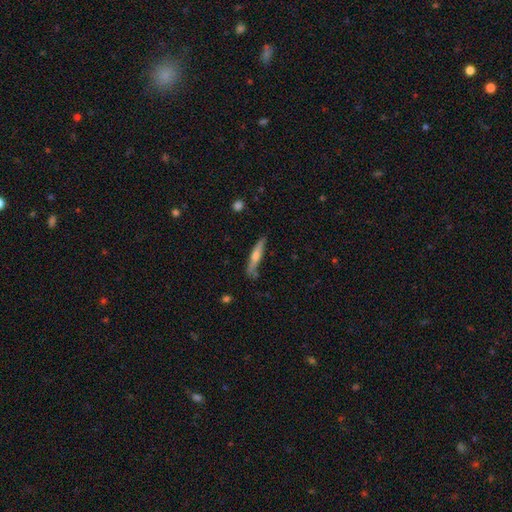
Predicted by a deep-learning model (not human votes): Q: Smooth or featured?
A: smooth (47%); tied with: featured or disk (47%)
Q: Merging?
A: none (76%); runner-up: minor disturbance (17%)